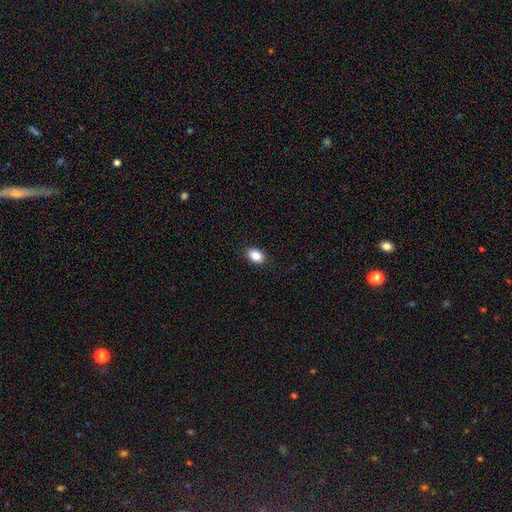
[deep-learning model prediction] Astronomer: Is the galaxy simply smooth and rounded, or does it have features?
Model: smooth — 88%.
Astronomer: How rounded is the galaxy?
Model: in between — 84%.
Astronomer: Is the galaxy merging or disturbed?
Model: none — 89%.